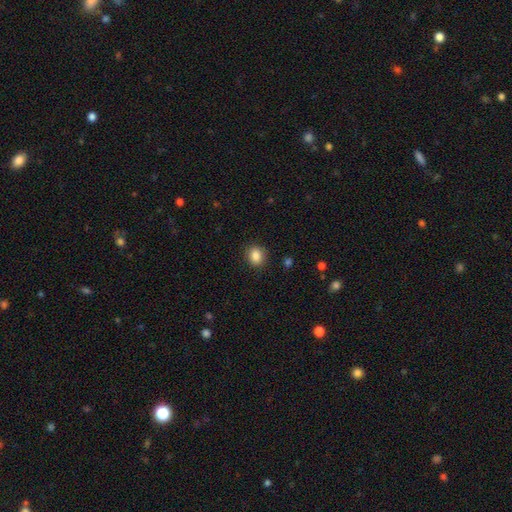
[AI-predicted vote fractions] Morphology: type=smooth (86%); roundness=round (67%); merging=none (89%).